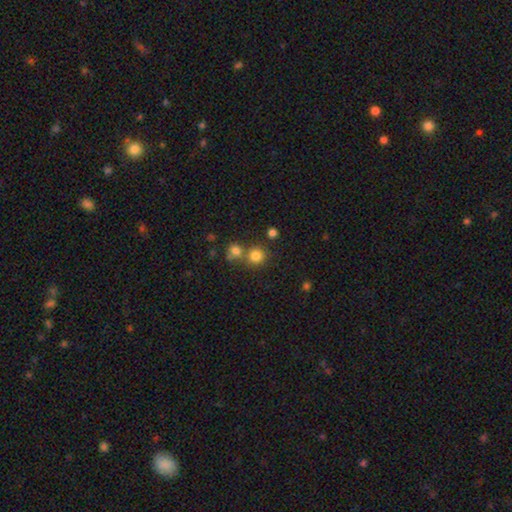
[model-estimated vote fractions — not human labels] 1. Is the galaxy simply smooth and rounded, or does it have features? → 80% smooth, 14% star or artifact, 6% featured or disk.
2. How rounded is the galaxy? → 89% round, 10% in between, 1% cigar-shaped.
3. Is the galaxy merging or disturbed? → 62% none, 27% merger, 8% minor disturbance, 3% major disturbance.